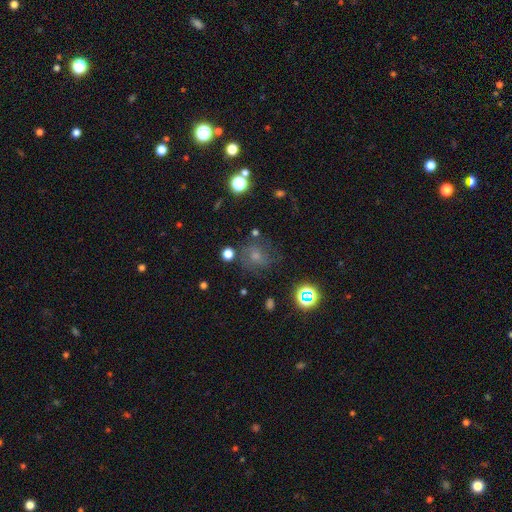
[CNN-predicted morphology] Q: Smooth or featured?
A: smooth (50%); runner-up: star or artifact (25%)
Q: How rounded?
A: round (80%); runner-up: in between (19%)
Q: Merging?
A: none (63%); runner-up: minor disturbance (20%)